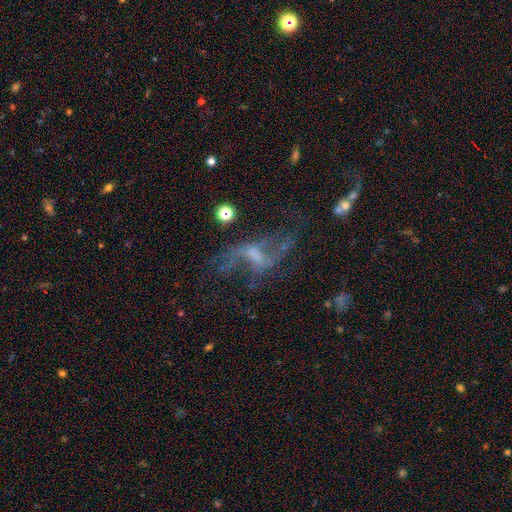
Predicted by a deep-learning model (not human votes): This appears to be a featured or disk galaxy (73%) with a weak bar (46%), 2 (74%) loose (83%) spiral arms (77%) and a small central bulge (37%). Merging: none (47%).